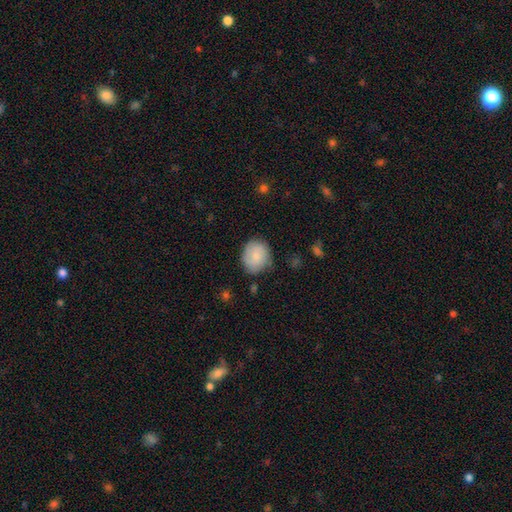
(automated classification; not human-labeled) The model was most divided on "how rounded": round: 65%, in between: 34%, cigar-shaped: 1%. More confident: smooth or featured — smooth (78%); merging — none (75%).